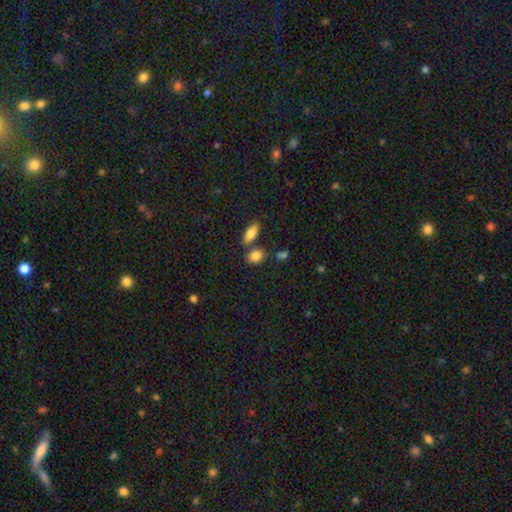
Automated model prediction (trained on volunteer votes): Smooth or featured?
  - smooth: 85% *
  - star or artifact: 9%
  - featured or disk: 6%
How rounded?
  - in between: 59% *
  - round: 37%
  - cigar-shaped: 3%
Merging?
  - none: 65% *
  - merger: 18%
  - minor disturbance: 13%
  - major disturbance: 4%